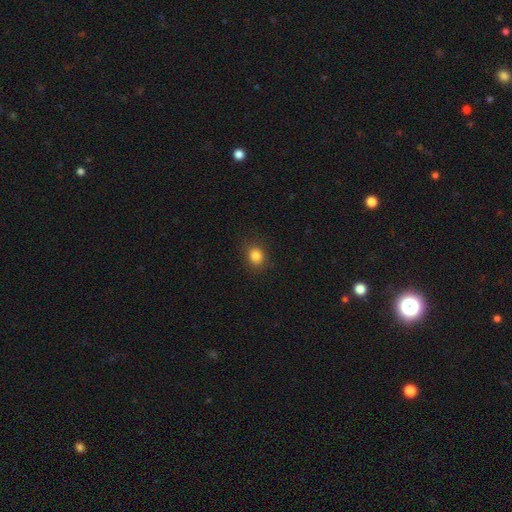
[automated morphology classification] Overall: smooth (84%). How rounded: round (66%; in between 33%). Merging: none (86%).